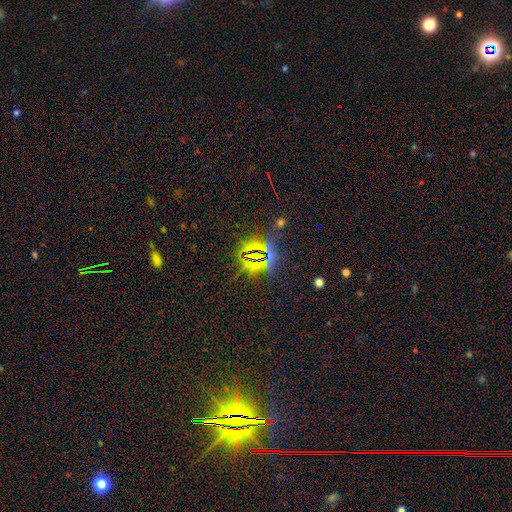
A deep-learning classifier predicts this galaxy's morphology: This appears to be a star or artifact, not a galaxy (79%).